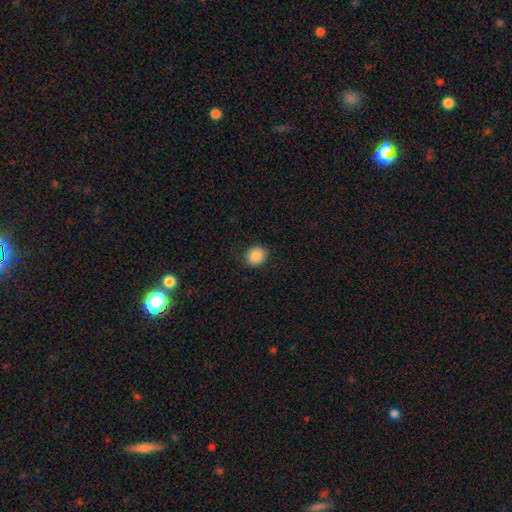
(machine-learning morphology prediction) Smooth or featured: smooth — 87% (star or artifact — 9%)
How rounded: round — 77% (in between — 22%)
Merging: none — 86% (minor disturbance — 11%)